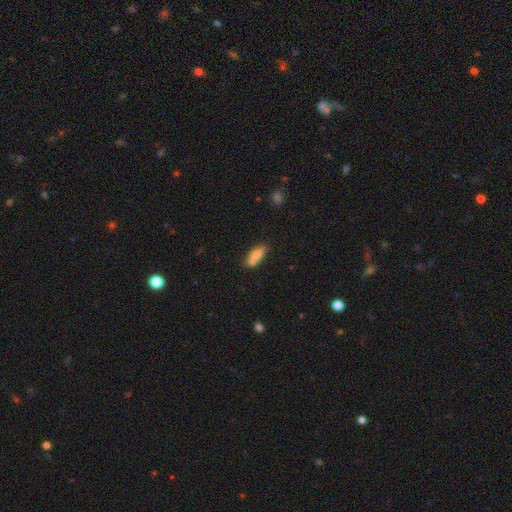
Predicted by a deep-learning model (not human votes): The model was most divided on "merging": none: 53%, merger: 27%, minor disturbance: 16%, major disturbance: 4%. More confident: how rounded — in between (75%); smooth or featured — smooth (71%).